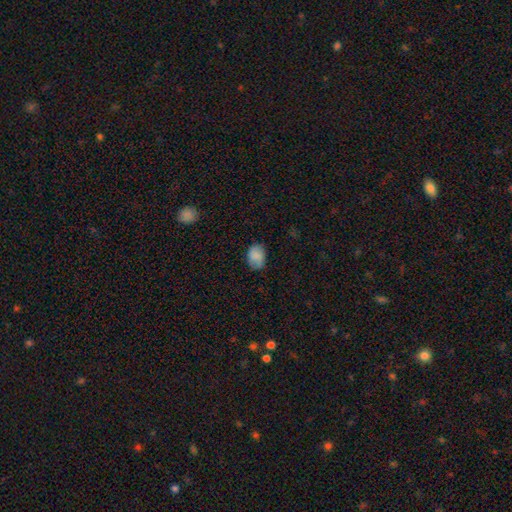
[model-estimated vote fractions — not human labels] This is clearly a smooth galaxy (83%). How rounded: likely in between (76%). Merging: likely none (75%).